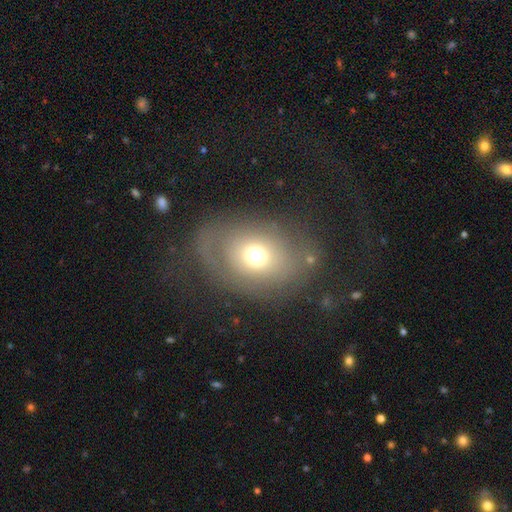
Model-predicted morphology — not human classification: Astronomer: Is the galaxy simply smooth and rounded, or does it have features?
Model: smooth — 58%.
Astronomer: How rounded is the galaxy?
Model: in between — 56% (runner-up: round, 43%).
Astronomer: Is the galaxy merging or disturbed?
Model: none — 63%.